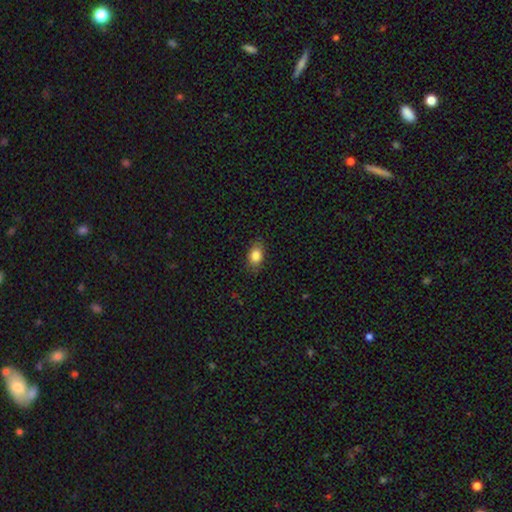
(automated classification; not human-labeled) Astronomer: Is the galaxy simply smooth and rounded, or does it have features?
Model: smooth — 84%.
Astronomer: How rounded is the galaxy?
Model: in between — 83%.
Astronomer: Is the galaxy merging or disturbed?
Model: none — 84%.